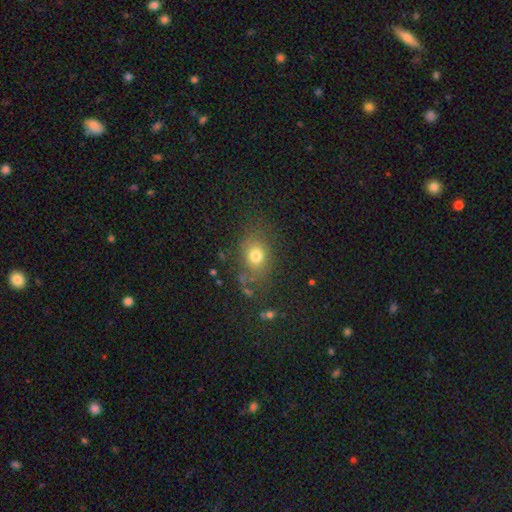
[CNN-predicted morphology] The model was most divided on "how rounded": in between: 55%, round: 43%, cigar-shaped: 2%. More confident: smooth or featured — smooth (73%); merging — none (72%).